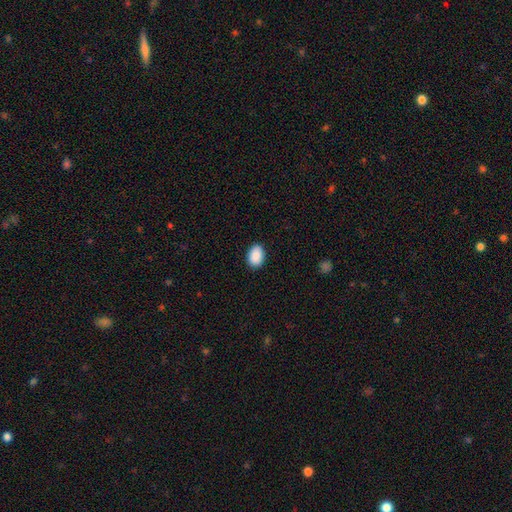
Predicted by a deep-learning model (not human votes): The model was most divided on "how rounded": in between: 85%, round: 14%, cigar-shaped: 1%. More confident: smooth or featured — smooth (91%); merging — none (89%).